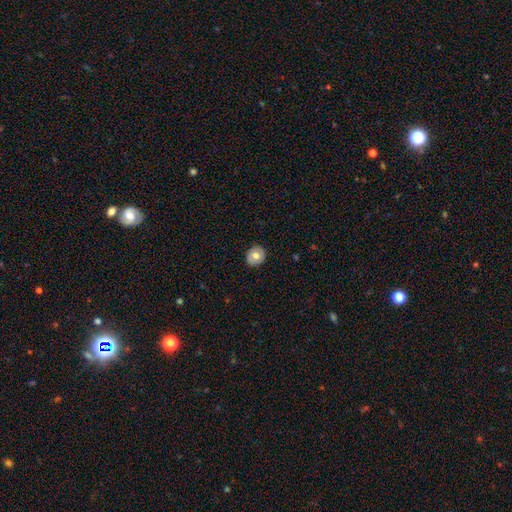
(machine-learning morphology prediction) A smooth galaxy with no disk features (67%) that is round (79%). Merging: none (89%).